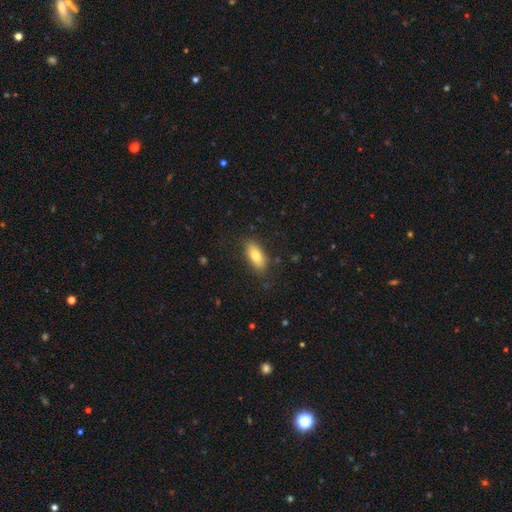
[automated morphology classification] smooth-or-featured: smooth: 80% | featured or disk: 13% | star or artifact: 7%
  how-rounded: in between: 82% | cigar-shaped: 15% | round: 3%
  merging: none: 83% | minor disturbance: 13% | major disturbance: 3% | merger: 1%